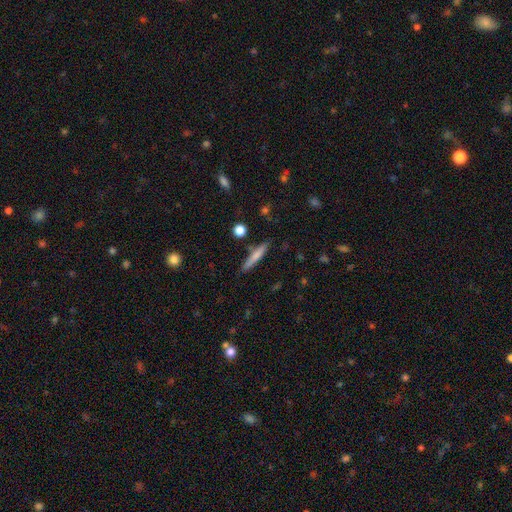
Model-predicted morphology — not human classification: A smooth galaxy with no disk features (68%) that is cigar-shaped (92%). Merging: none (82%).